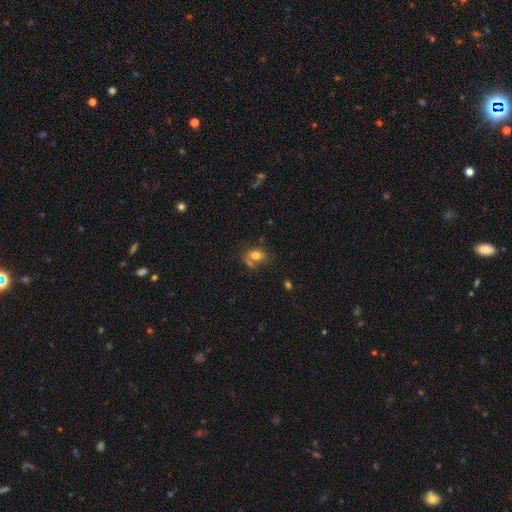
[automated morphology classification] A smooth galaxy with no disk features (75%) that is in between round and cigar-shaped (78%).

Vote fractions:
- Smooth or featured? smooth: 75% / featured or disk: 15% / star or artifact: 10%
- How rounded? in between: 78% / round: 20% / cigar-shaped: 2%
- Merging? none: 50% / minor disturbance: 20% / merger: 20% / major disturbance: 9%